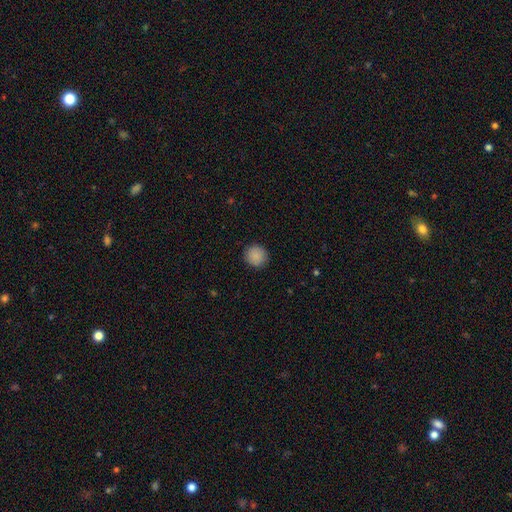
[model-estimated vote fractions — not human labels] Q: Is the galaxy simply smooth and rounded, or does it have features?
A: smooth — 88%.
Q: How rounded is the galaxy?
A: round — 94%.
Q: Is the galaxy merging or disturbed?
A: none — 91%.